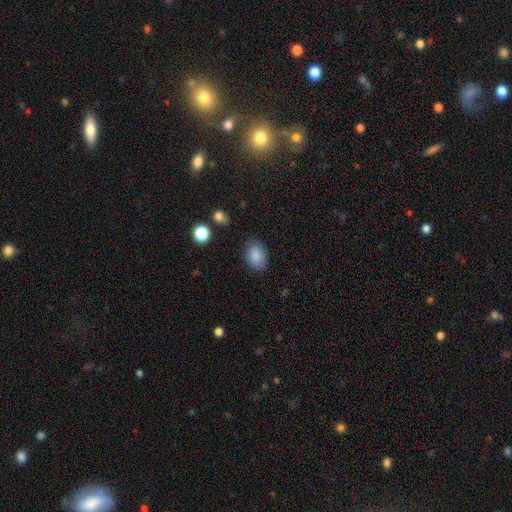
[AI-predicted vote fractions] smooth 87%, star or artifact 8%, featured or disk 5%. Down the decision tree: how rounded — in between (81%); merging — none (79%).